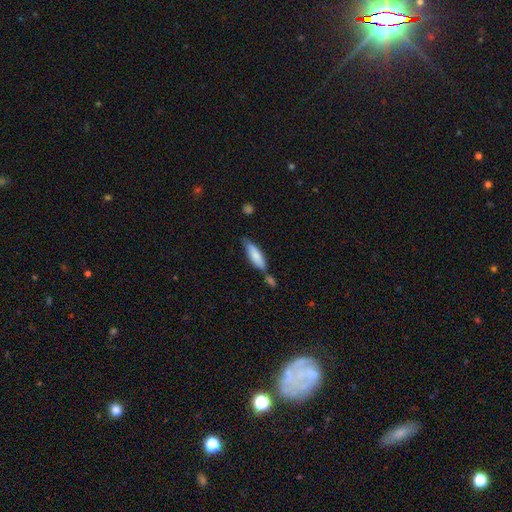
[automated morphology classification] smooth_or_featured: smooth (p=0.74) [alt: featured or disk p=0.20]
how_rounded: cigar-shaped (p=0.52) [alt: in between p=0.47]
merging: none (p=0.45) [alt: merger p=0.28]